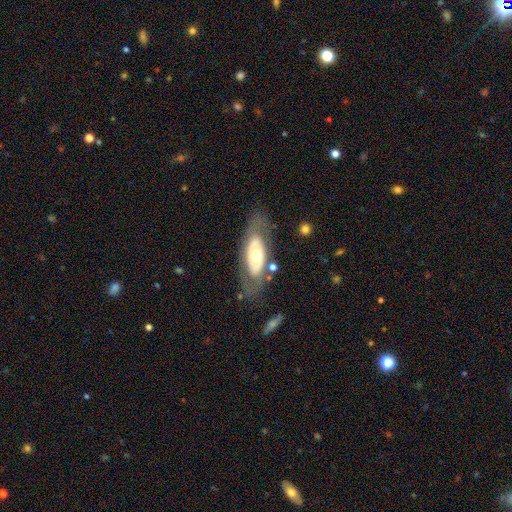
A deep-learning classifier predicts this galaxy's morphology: Smooth or featured? Predicted: featured or disk (p=0.58). Edge-on disk? Predicted: no (p=0.83). Merging? Predicted: none (p=0.69).